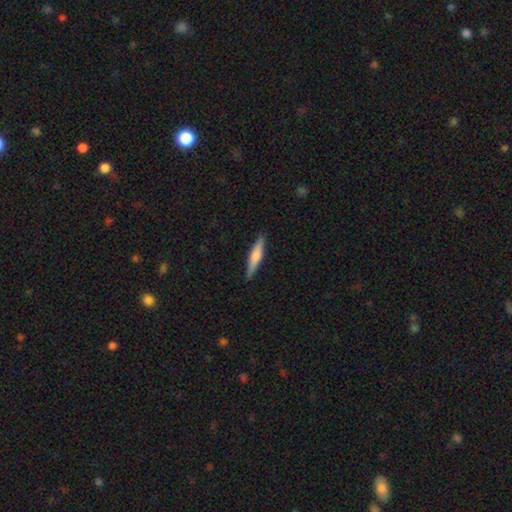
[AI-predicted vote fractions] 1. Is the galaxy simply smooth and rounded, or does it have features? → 55% smooth, 39% featured or disk, 5% star or artifact.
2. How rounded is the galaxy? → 88% cigar-shaped, 10% in between, 2% round.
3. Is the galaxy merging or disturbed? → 90% none, 7% minor disturbance, 2% major disturbance, 1% merger.